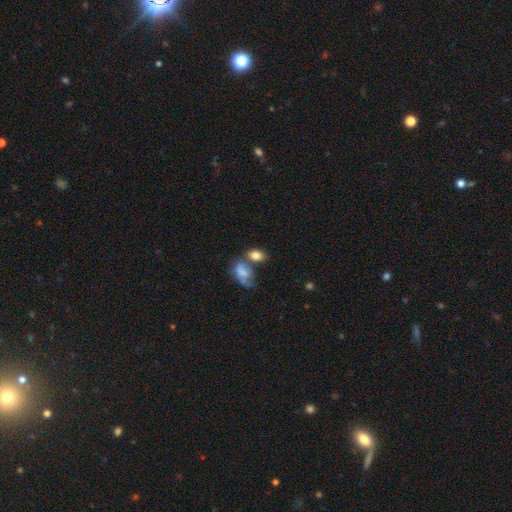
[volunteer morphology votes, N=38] Q: Smooth or featured?
A: smooth (89%); runner-up: featured or disk (8%)
Q: How rounded?
A: in between (91%); runner-up: round (9%)
Q: Merging?
A: none (54%); runner-up: merger (35%)